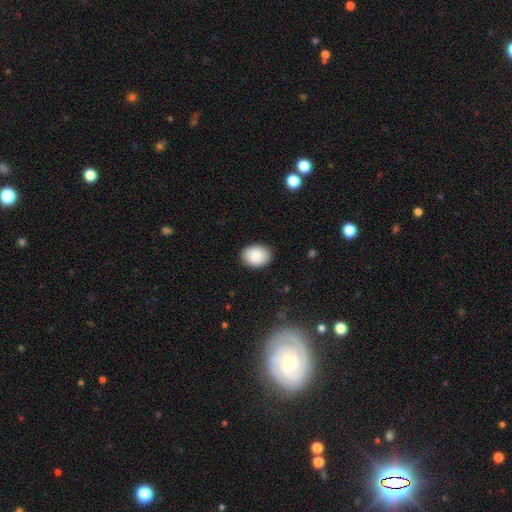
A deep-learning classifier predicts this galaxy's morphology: A smooth galaxy with no disk features (88%) that is in between round and cigar-shaped (71%).

Vote fractions:
- Smooth or featured? smooth: 88% / star or artifact: 7% / featured or disk: 6%
- How rounded? in between: 71% / round: 29% / cigar-shaped: 1%
- Merging? none: 88% / minor disturbance: 9% / major disturbance: 2% / merger: 1%